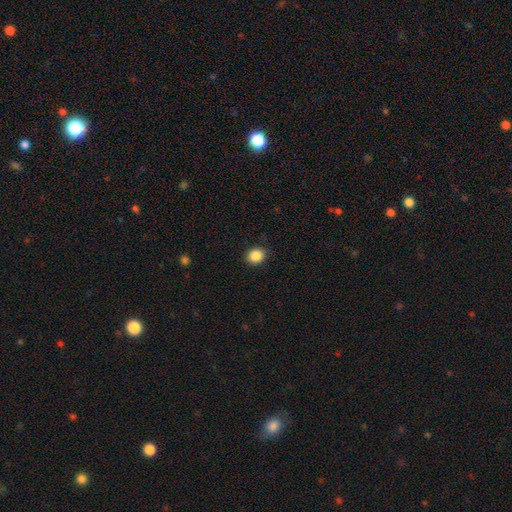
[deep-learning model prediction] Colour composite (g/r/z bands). It shows a smooth galaxy with no disk features (88%) that is round (75%). Merging: none (90%).